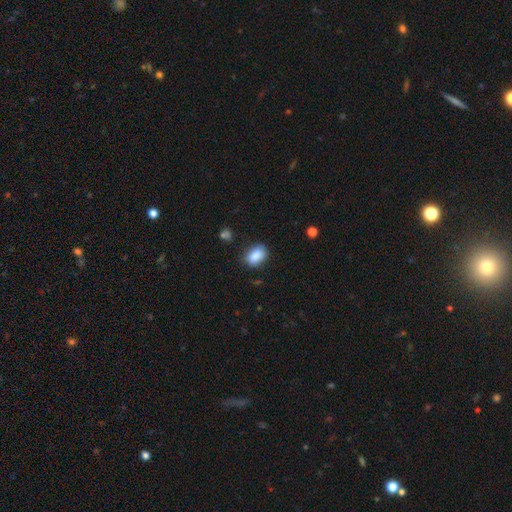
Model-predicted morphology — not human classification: smooth_or_featured: smooth (p=0.86) [alt: star or artifact p=0.08]
how_rounded: in between (p=0.81) [alt: round p=0.17]
merging: none (p=0.76) [alt: minor disturbance p=0.18]